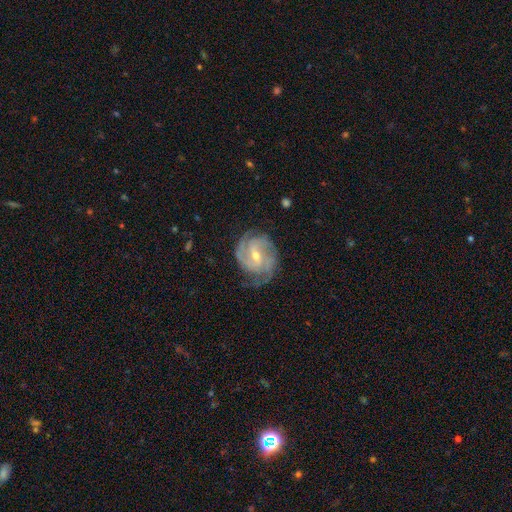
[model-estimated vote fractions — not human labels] Smooth or featured?
  - featured or disk: 89% *
  - smooth: 6%
  - star or artifact: 5%
Edge-on disk?
  - no: 97% *
  - yes: 3%
Bar?
  - weak: 49% *
  - no: 29%
  - strong: 22%
Spiral arms?
  - yes: 97% *
  - no: 3%
Spiral winding?
  - tight: 56% *
  - medium: 37%
  - loose: 8%
Spiral arm count?
  - 3: 38% *
  - 2: 27%
  - can't tell: 14%
  - 4: 10%
  - 1: 5%
  - more than 4: 5%
Bulge size?
  - small: 49% * (tied)
  - moderate: 49% * (tied)
  - large: 1%
  - none: 1%
  - dominant: 1%
Merging?
  - none: 74% *
  - minor disturbance: 18%
  - major disturbance: 6%
  - merger: 1%